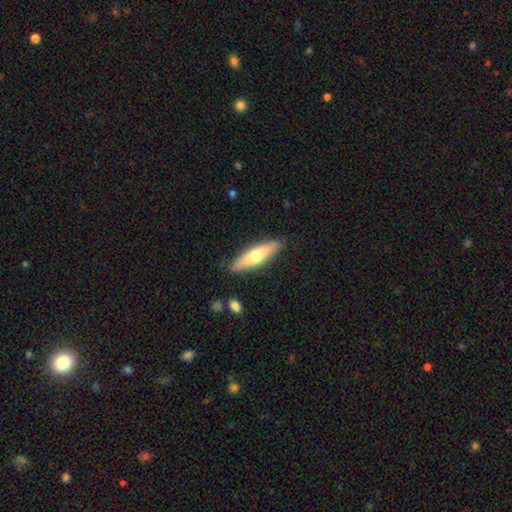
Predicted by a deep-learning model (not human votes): Overall: smooth (58%; featured or disk 36%). How rounded: cigar-shaped (70%). Merging: none (87%).